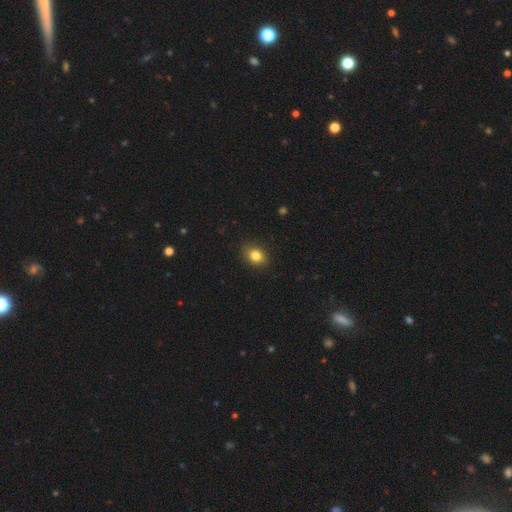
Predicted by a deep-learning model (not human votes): Overall: smooth (82%). How rounded: in between (59%; round 40%). Merging: none (87%).